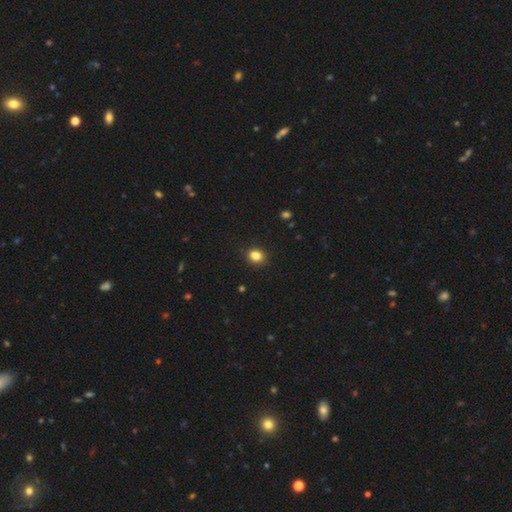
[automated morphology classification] Smooth or featured: smooth — 85% (star or artifact — 11%)
How rounded: round — 58% (in between — 41%)
Merging: none — 87% (minor disturbance — 9%)